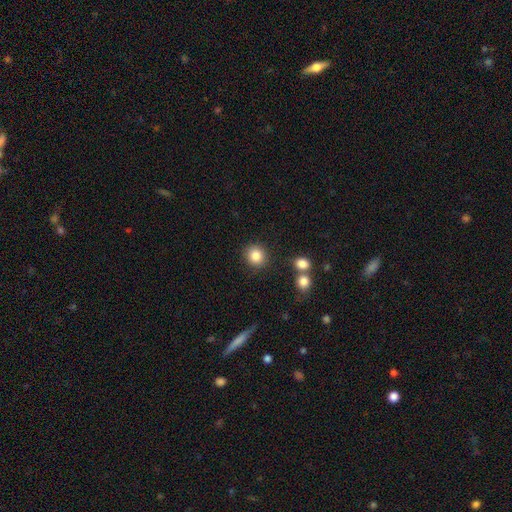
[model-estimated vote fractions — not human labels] Overall: smooth (85%). How rounded: round (87%). Merging: none (85%).